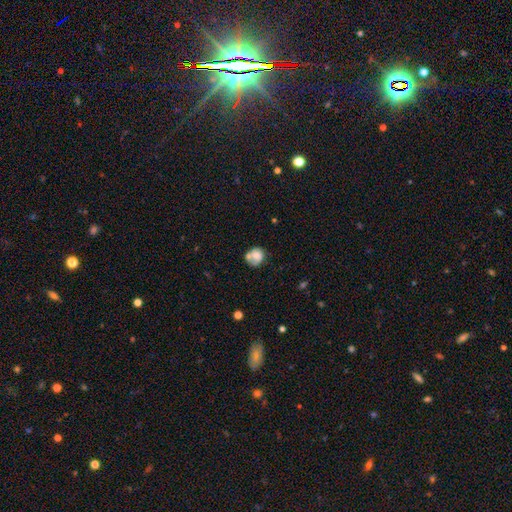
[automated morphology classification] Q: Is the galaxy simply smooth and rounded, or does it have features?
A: smooth — 67%.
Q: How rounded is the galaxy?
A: round — 75%.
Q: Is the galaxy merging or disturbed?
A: none — 42%.